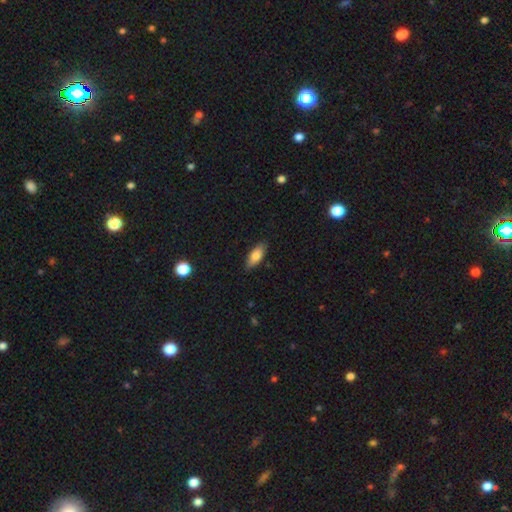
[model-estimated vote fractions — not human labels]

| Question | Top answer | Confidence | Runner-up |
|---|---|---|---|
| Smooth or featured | smooth | 77% | featured or disk (16%) |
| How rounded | in between | 76% | cigar-shaped (22%) |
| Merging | none | 86% | minor disturbance (11%) |